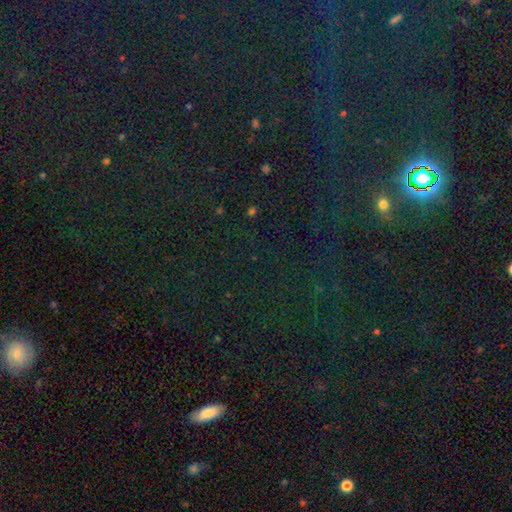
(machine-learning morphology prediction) star or artifact 78%, smooth 14%, featured or disk 8%.